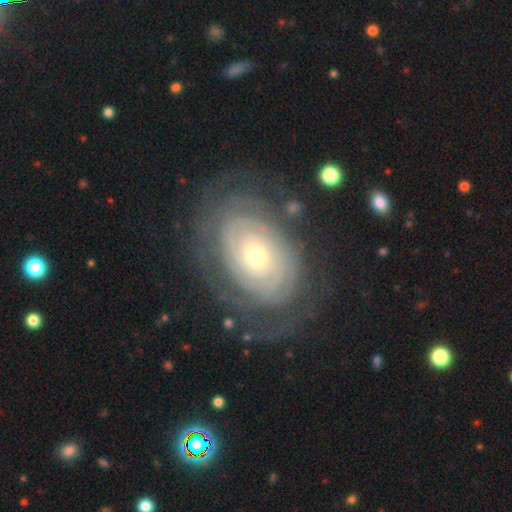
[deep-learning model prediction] This is clearly a featured or disk galaxy (83%). It is clearly not viewed edge-on (96%). Bar: clearly no (84%). Spiral arm pattern: clearly yes (87%). Spiral arm count: possibly can't tell (48%). Spiral winding: clearly tight (86%). Central bulge: possibly small (57%). Merging: likely none (76%).